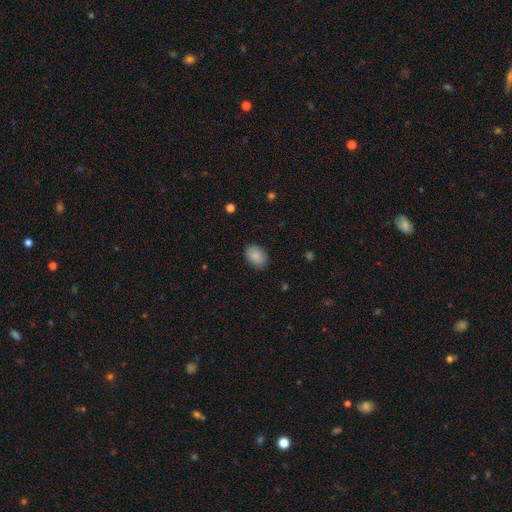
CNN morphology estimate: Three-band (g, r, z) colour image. It shows a smooth galaxy with no disk features (89%) that is in between round and cigar-shaped (75%). Merging: none (87%).